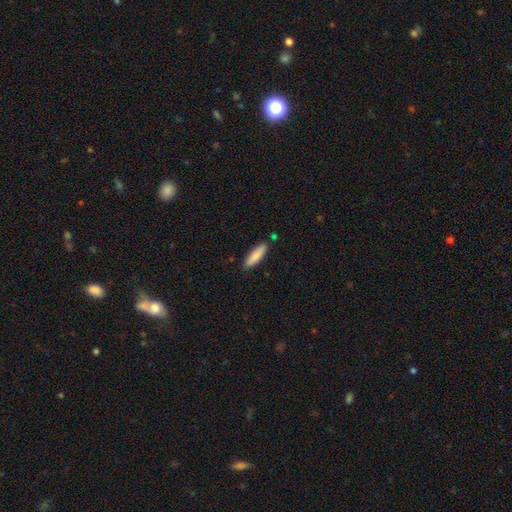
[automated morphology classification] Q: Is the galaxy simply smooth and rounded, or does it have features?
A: smooth — 86%.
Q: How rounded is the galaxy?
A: cigar-shaped — 64%.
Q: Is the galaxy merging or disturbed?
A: none — 84%.